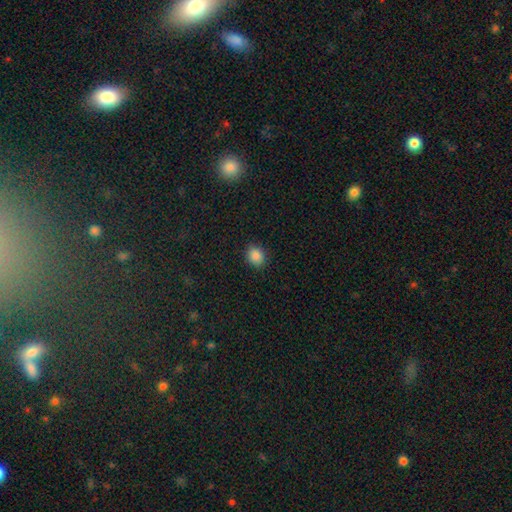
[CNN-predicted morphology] This appears to be a smooth galaxy with no disk features (87%) that is round (56%). Merging: none (89%).